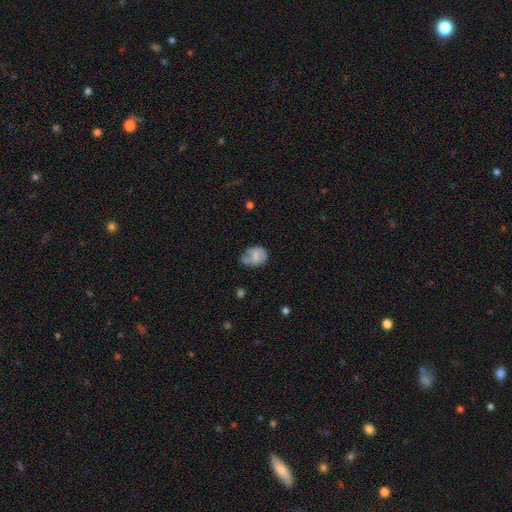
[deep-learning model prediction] Q: Smooth or featured?
A: smooth (57%); runner-up: featured or disk (35%)
Q: How rounded?
A: in between (58%); runner-up: round (41%)
Q: Merging?
A: none (49%); runner-up: minor disturbance (35%)